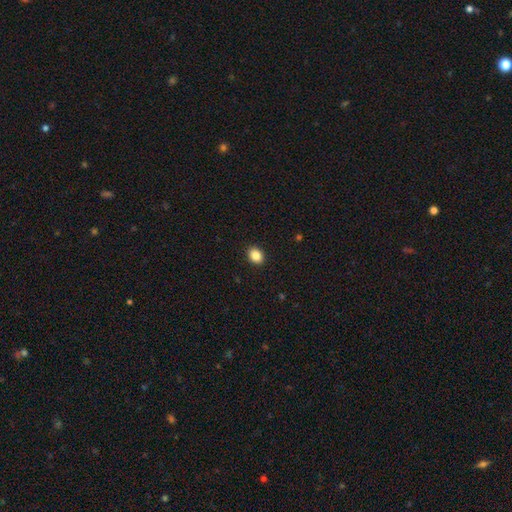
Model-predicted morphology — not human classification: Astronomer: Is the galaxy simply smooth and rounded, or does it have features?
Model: smooth — 86%.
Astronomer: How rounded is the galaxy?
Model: in between — 56% (runner-up: round, 43%).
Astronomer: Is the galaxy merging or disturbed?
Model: none — 91%.